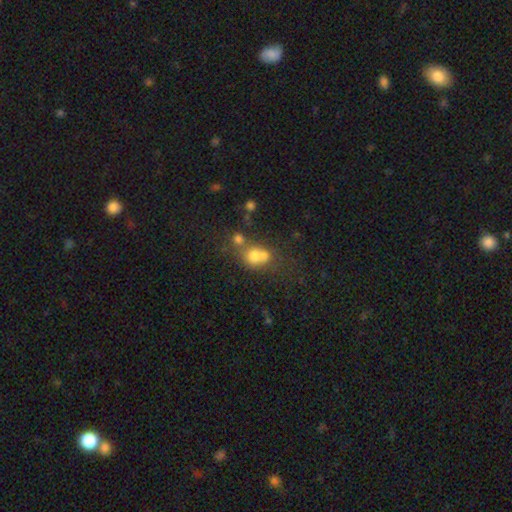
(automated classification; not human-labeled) Smooth or featured? Predicted: smooth (p=0.66). How rounded? Predicted: round (p=0.75). Merging? Predicted: merger (p=0.57).